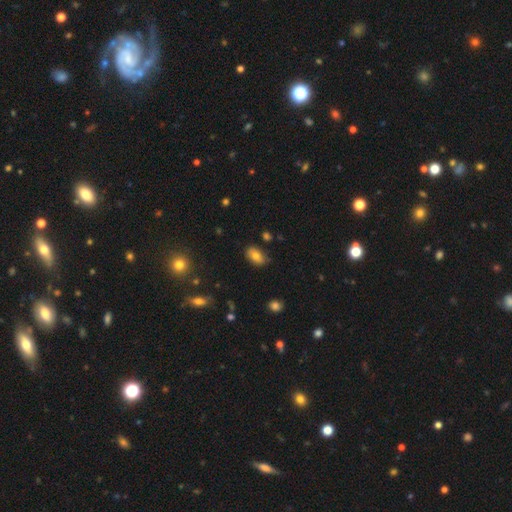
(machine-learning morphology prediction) Smooth or featured? Predicted: smooth (p=0.74). How rounded? Predicted: in between (p=0.88). Merging? Predicted: none (p=0.78).